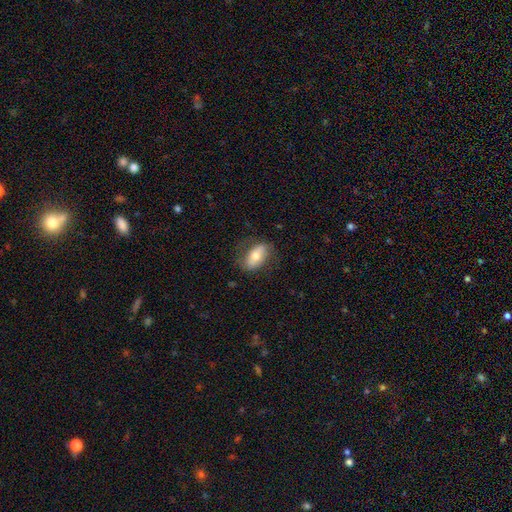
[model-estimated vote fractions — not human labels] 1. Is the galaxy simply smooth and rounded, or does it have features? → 64% smooth, 29% featured or disk, 6% star or artifact.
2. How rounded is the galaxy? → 89% in between, 6% round, 5% cigar-shaped.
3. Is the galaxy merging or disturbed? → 73% none, 18% minor disturbance, 7% major disturbance, 1% merger.